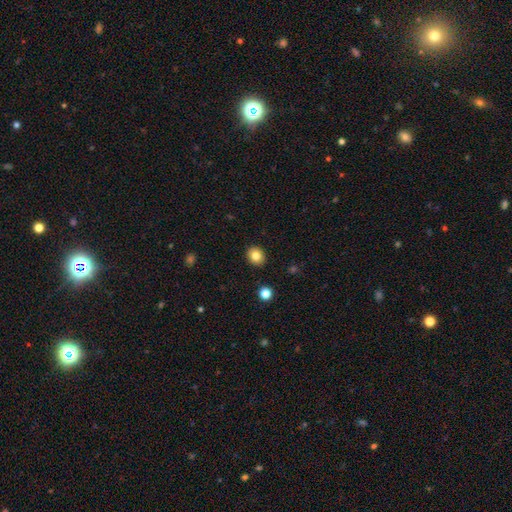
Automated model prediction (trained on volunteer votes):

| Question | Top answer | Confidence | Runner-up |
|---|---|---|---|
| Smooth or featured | smooth | 83% | star or artifact (10%) |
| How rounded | round | 67% | in between (32%) |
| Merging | none | 91% | minor disturbance (6%) |